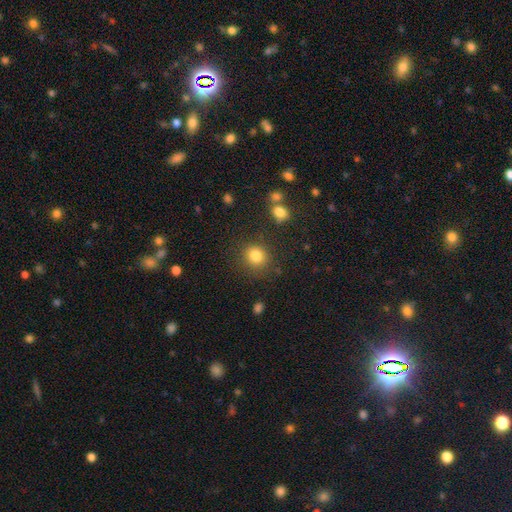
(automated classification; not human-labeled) A smooth galaxy with no disk features (83%) that is round (81%).

Vote fractions:
- Smooth or featured? smooth: 83% / star or artifact: 11% / featured or disk: 6%
- How rounded? round: 81% / in between: 18% / cigar-shaped: 1%
- Merging? none: 82% / minor disturbance: 10% / major disturbance: 4% / merger: 4%